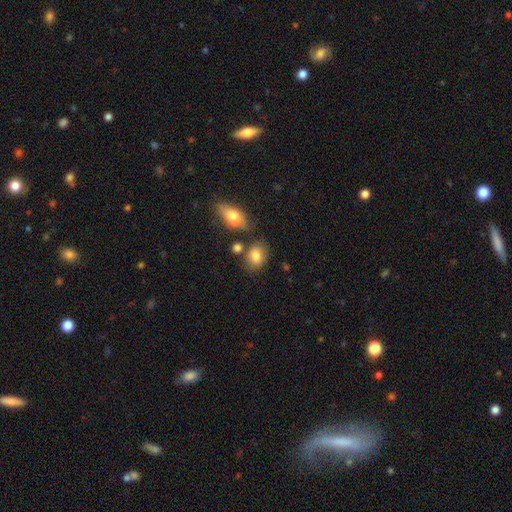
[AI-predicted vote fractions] smooth-or-featured: smooth: 81% | featured or disk: 11% | star or artifact: 8%
  how-rounded: in between: 69% | round: 30% | cigar-shaped: 1%
  merging: none: 69% | minor disturbance: 15% | merger: 12% | major disturbance: 4%